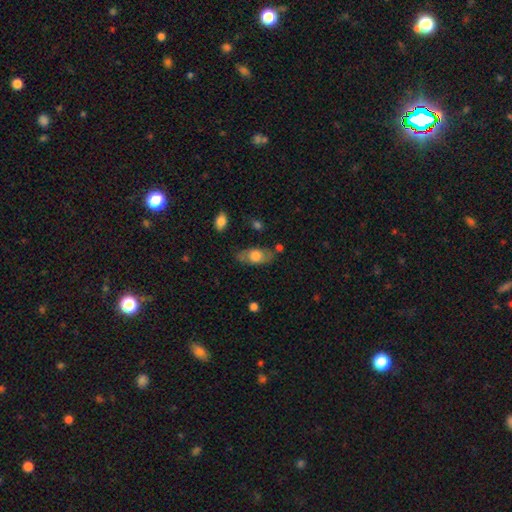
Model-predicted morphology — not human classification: smooth_or_featured: smooth (p=0.59) [alt: featured or disk p=0.34]
how_rounded: in between (p=0.86) [alt: cigar-shaped p=0.08]
merging: none (p=0.72) [alt: minor disturbance p=0.19]